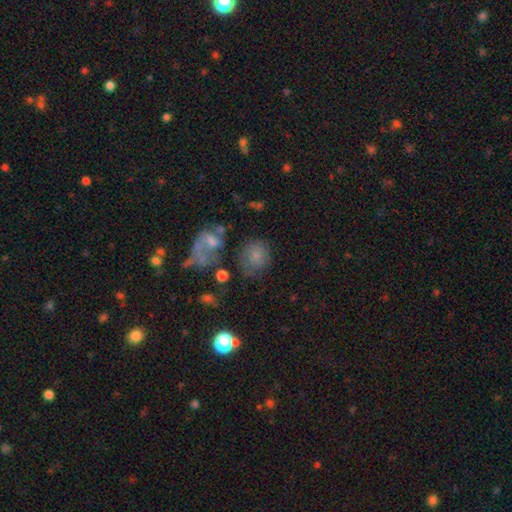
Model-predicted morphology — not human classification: Smooth or featured? smooth (65%)
How rounded? round (70%)
Merging? none (55%)